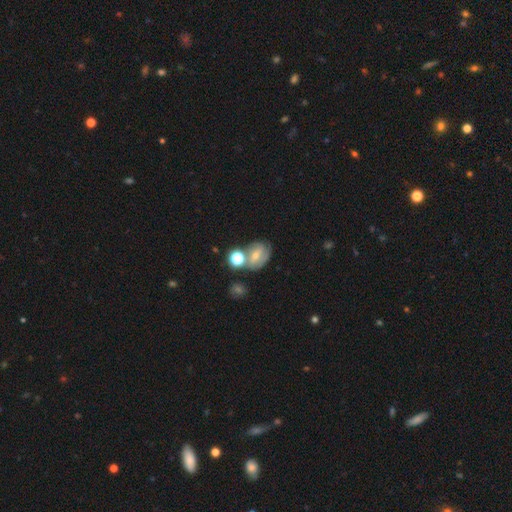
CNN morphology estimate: Smooth or featured? Predicted: smooth (p=0.44). Merging? Predicted: none (p=0.46).